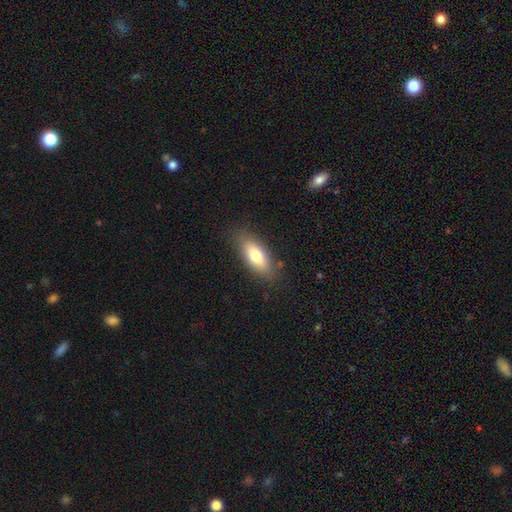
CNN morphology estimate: The model was most divided on "smooth or featured": smooth: 76%, featured or disk: 17%, star or artifact: 7%. More confident: merging — none (83%); how rounded — in between (78%).